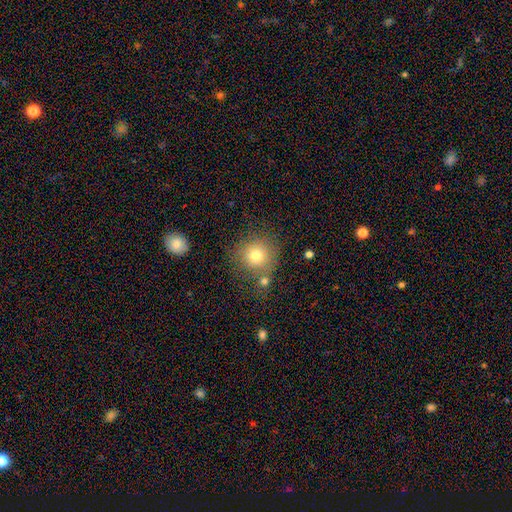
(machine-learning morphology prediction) A smooth galaxy with no disk features (76%) that is round (92%). Merging: none (70%).